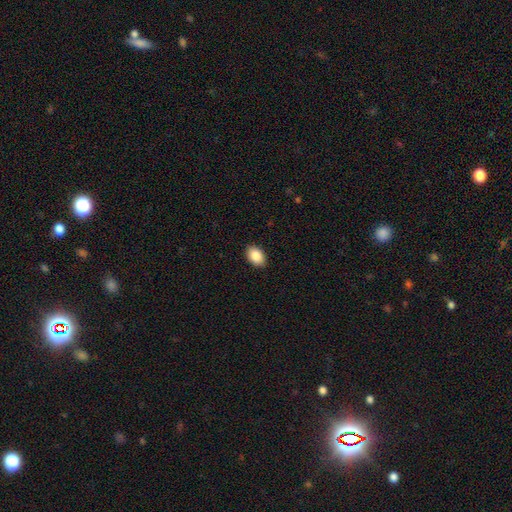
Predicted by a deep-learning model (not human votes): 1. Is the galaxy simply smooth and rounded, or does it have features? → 88% smooth, 7% star or artifact, 5% featured or disk.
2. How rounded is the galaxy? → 86% in between, 13% round, 1% cigar-shaped.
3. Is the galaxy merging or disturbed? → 90% none, 7% minor disturbance, 2% major disturbance, 1% merger.